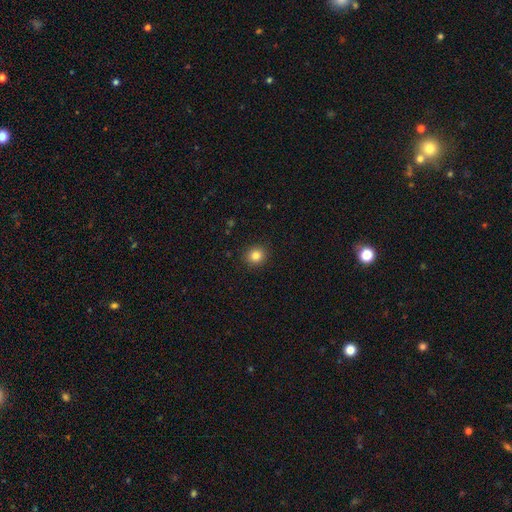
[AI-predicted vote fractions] smooth_or_featured: smooth (p=0.83) [alt: star or artifact p=0.11]
how_rounded: round (p=0.84) [alt: in between p=0.15]
merging: none (p=0.91) [alt: minor disturbance p=0.06]